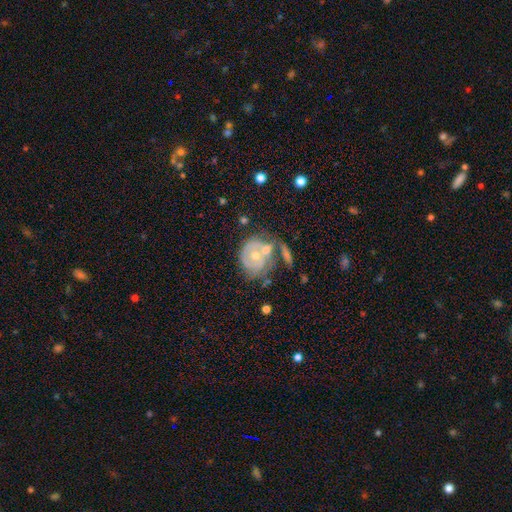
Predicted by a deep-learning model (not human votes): Smooth or featured?
  - featured or disk: 69% *
  - smooth: 25%
  - star or artifact: 6%
Edge-on disk?
  - no: 97% *
  - yes: 3%
Bar?
  - no: 82% *
  - weak: 14%
  - strong: 3%
Spiral arms?
  - yes: 67% *
  - no: 33%
Bulge size?
  - moderate: 57% *
  - small: 38%
  - large: 2%
  - none: 2%
  - dominant: 1%
Merging?
  - none: 37% *
  - merger: 30%
  - minor disturbance: 20%
  - major disturbance: 13%